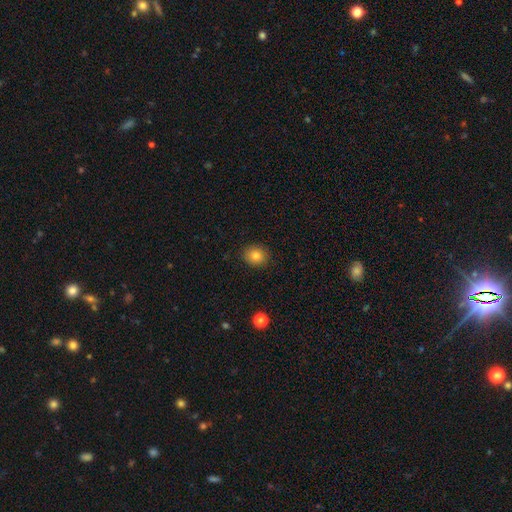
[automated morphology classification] Smooth or featured? smooth (81%)
How rounded? round (72%)
Merging? none (89%)